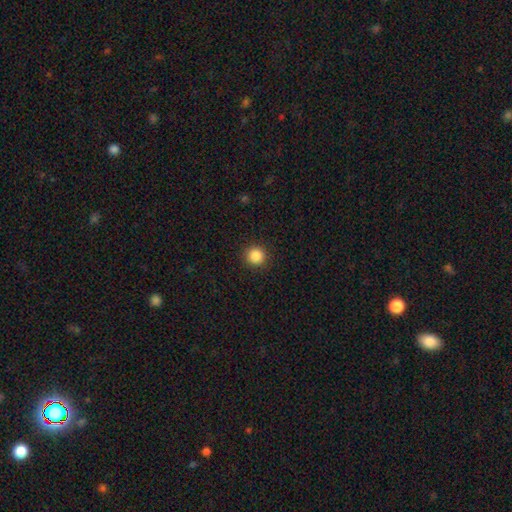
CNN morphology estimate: The model was most divided on "smooth or featured": smooth: 86%, star or artifact: 10%, featured or disk: 3%. More confident: how rounded — round (94%); merging — none (92%).